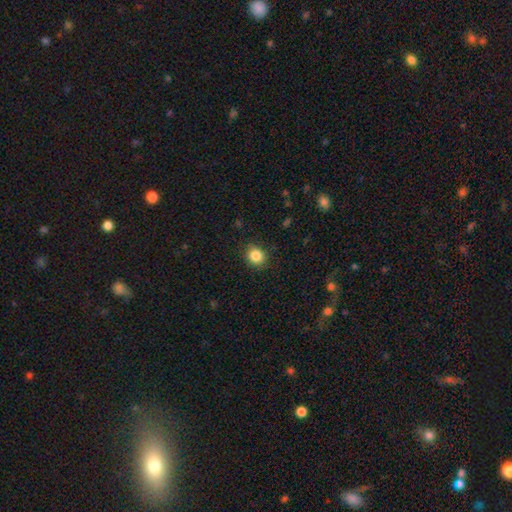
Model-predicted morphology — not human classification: type=smooth (85%); roundness=round (74%); merging=none (89%).